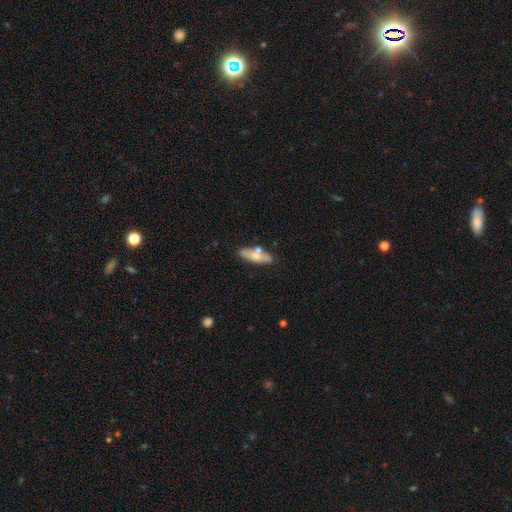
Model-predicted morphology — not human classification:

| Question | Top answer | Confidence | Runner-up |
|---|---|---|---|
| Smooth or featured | smooth | 53% | featured or disk (41%) |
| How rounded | in between | 50% | cigar-shaped (46%) |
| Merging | none | 66% | merger (16%) |